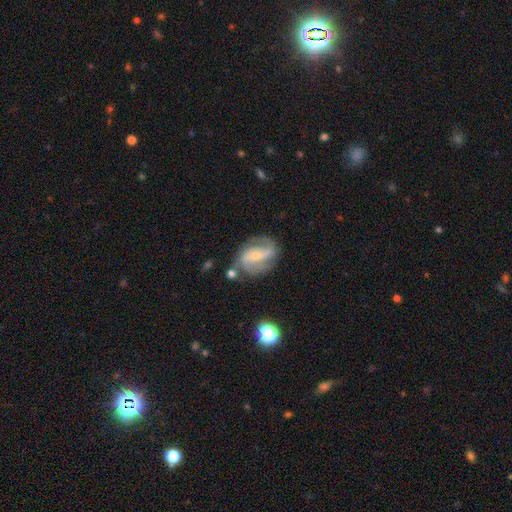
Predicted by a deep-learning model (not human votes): Smooth or featured? featured or disk (85%)
Edge-on disk? no (97%)
Bar? weak (40%)
Spiral arms? yes (96%)
Spiral winding? medium (49%)
Spiral arm count? 2 (76%)
Bulge size? small (69%)
Merging? none (70%)